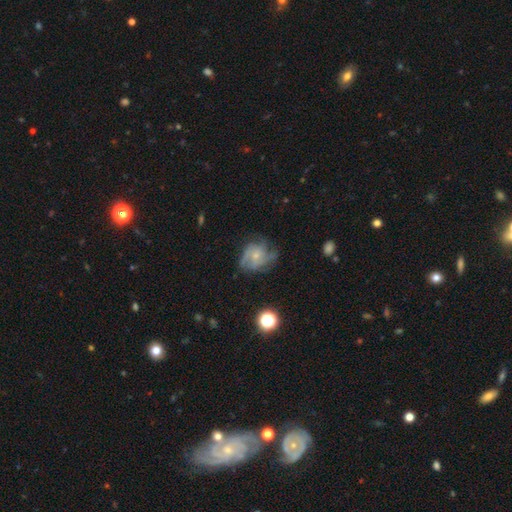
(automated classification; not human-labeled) Morphology: type=featured or disk (67%); edge-on=no (98%); bar=no (78%); spiral arms=yes (88%); winding=medium (46%); arm count=3 (35%); bulge=small (69%); merging=none (56%).